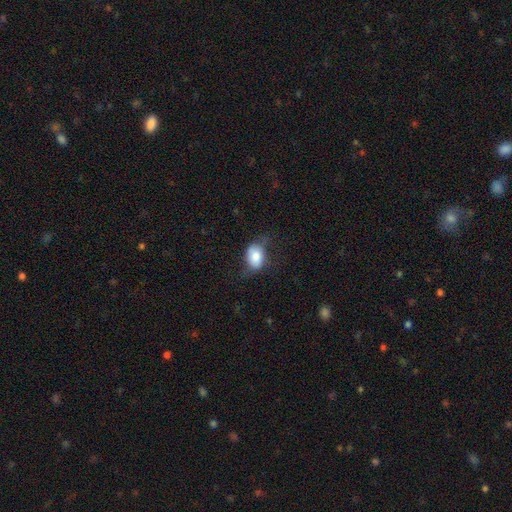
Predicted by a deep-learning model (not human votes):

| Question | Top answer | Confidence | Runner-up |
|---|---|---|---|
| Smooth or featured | smooth | 78% | featured or disk (15%) |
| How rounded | in between | 83% | round (16%) |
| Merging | none | 55% | minor disturbance (29%) |